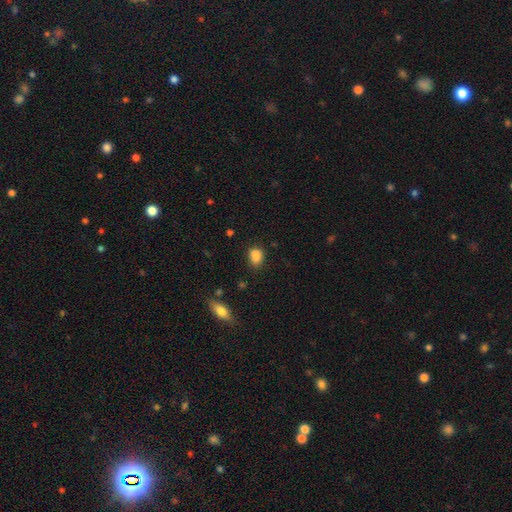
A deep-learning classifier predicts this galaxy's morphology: smooth_or_featured: smooth (p=0.84) [alt: star or artifact p=0.11]
how_rounded: in between (p=0.64) [alt: round p=0.34]
merging: none (p=0.67) [alt: minor disturbance p=0.19]